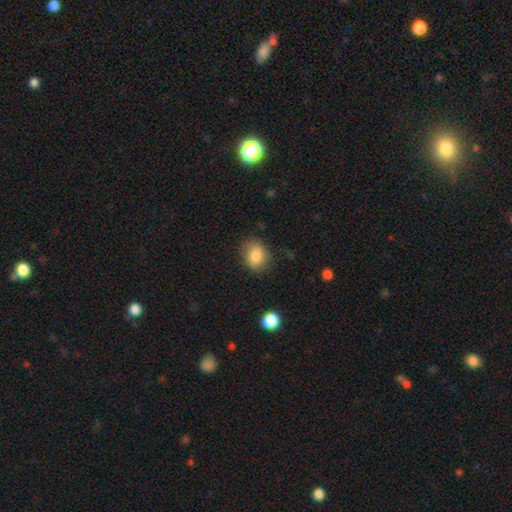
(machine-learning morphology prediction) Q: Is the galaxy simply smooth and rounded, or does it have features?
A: smooth — 83%.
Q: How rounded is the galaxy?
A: round — 51%.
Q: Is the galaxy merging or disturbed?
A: none — 77%.